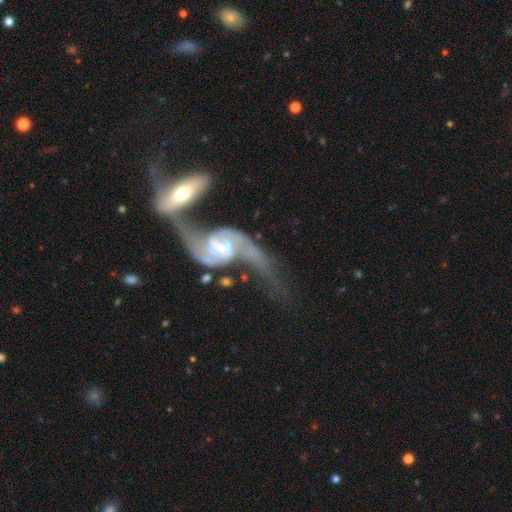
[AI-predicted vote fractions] Q: Smooth or featured?
A: featured or disk (89%); runner-up: smooth (6%)
Q: Edge-on disk?
A: no (93%); runner-up: yes (7%)
Q: Bar?
A: weak (43%); runner-up: no (34%)
Q: Spiral arms?
A: yes (95%); runner-up: no (5%)
Q: Spiral winding?
A: loose (68%); runner-up: medium (24%)
Q: Spiral arm count?
A: 2 (91%); runner-up: can't tell (3%)
Q: Bulge size?
A: small (46%); runner-up: moderate (30%)
Q: Merging?
A: merger (51%); runner-up: none (22%)